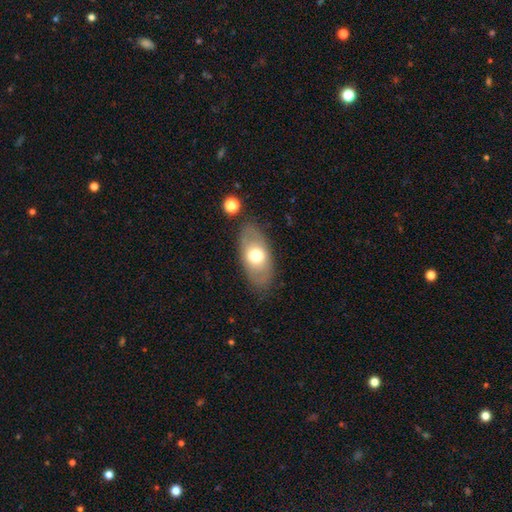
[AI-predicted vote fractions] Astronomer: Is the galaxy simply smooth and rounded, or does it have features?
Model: smooth — 63%.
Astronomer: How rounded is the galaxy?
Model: in between — 89%.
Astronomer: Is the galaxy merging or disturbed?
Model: none — 80%.